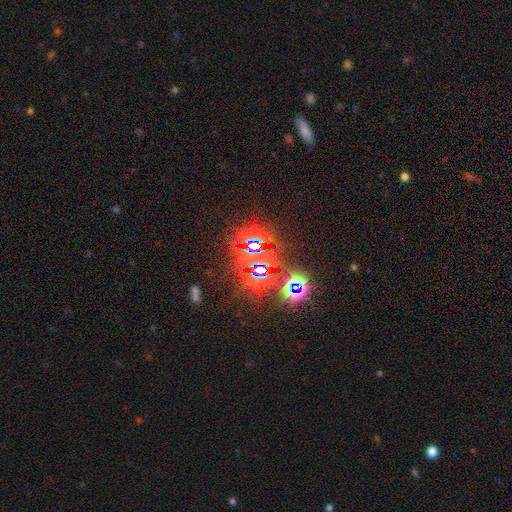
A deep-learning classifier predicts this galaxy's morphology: A star or artifact, not a galaxy (82%).

Vote fractions:
- Smooth or featured? star or artifact: 82% / smooth: 10% / featured or disk: 9%